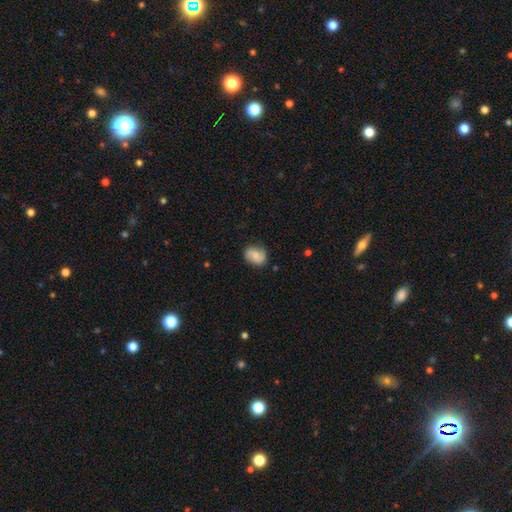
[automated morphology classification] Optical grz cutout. It shows a smooth galaxy with no disk features (53%) that is in between round and cigar-shaped (55%). Merging: none (72%).